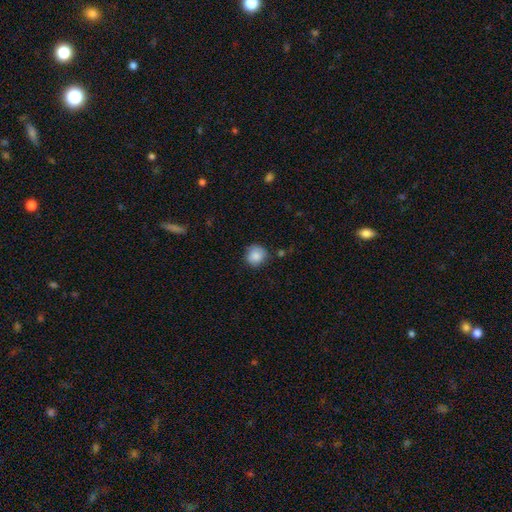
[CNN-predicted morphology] The model was most divided on "merging": none: 73%, minor disturbance: 21%, major disturbance: 4%, merger: 3%. More confident: smooth or featured — smooth (86%); how rounded — round (85%).